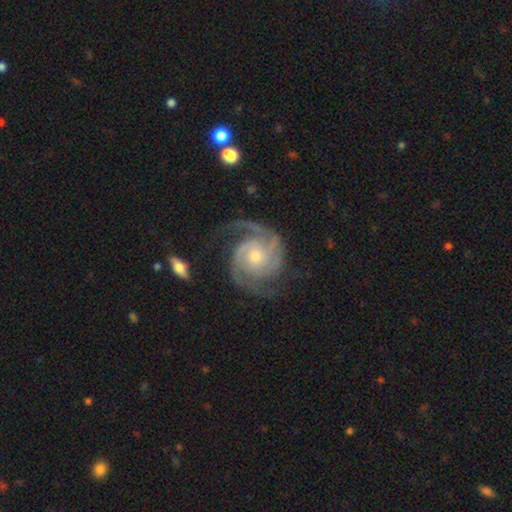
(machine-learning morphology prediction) Smooth or featured?
  - featured or disk: 92% *
  - smooth: 4%
  - star or artifact: 4%
Edge-on disk?
  - no: 98% *
  - yes: 2%
Bar?
  - no: 71% *
  - weak: 23%
  - strong: 6%
Spiral arms?
  - yes: 98% *
  - no: 2%
Spiral winding?
  - medium: 45% *
  - tight: 44%
  - loose: 10%
Spiral arm count?
  - 2: 70% *
  - 3: 15%
  - can't tell: 5%
  - 4: 3%
  - 1: 3%
  - more than 4: 3%
Bulge size?
  - moderate: 47% * (tied)
  - small: 47% * (tied)
  - large: 3%
  - none: 2%
  - dominant: 1%
Merging?
  - none: 73% *
  - minor disturbance: 16%
  - major disturbance: 10%
  - merger: 2%